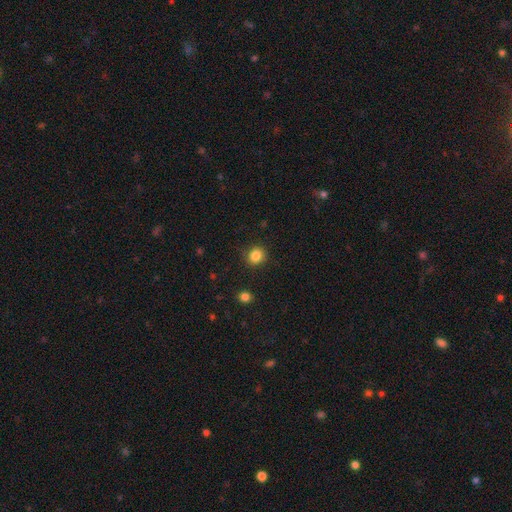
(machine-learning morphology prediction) Q: Smooth or featured?
A: smooth (85%); runner-up: star or artifact (11%)
Q: How rounded?
A: round (79%); runner-up: in between (20%)
Q: Merging?
A: none (88%); runner-up: minor disturbance (8%)